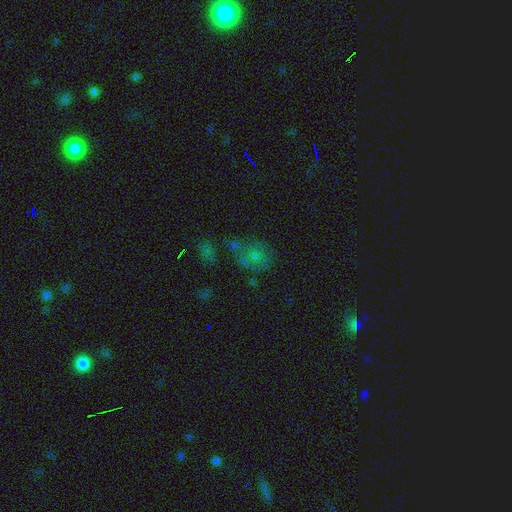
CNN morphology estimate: Smooth or featured?
  - smooth: 48% *
  - featured or disk: 28%
  - star or artifact: 24%
Merging?
  - none: 39% *
  - merger: 29%
  - minor disturbance: 18%
  - major disturbance: 14%